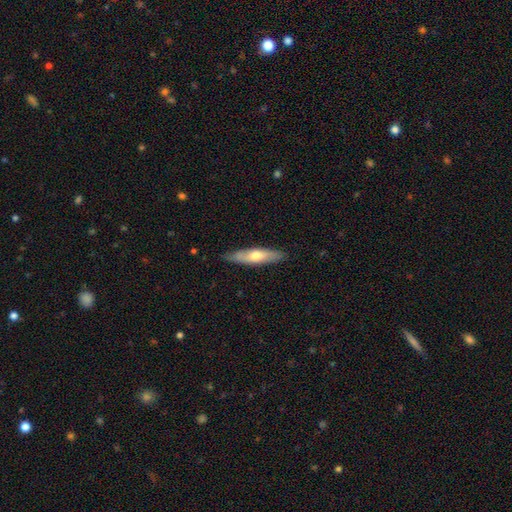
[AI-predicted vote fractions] Smooth or featured? smooth (52%)
How rounded? cigar-shaped (76%)
Merging? none (82%)